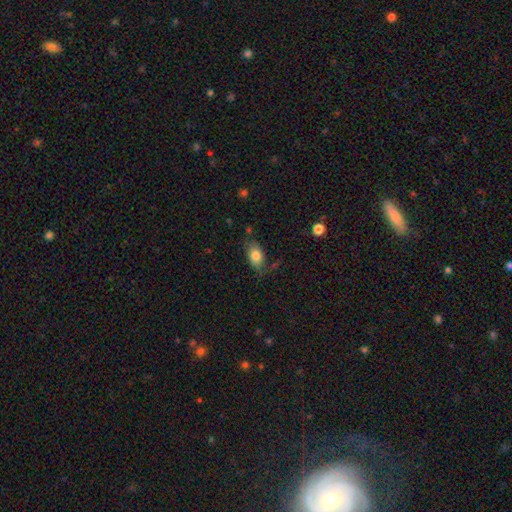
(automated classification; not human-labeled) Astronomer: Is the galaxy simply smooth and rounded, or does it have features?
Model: smooth — 78%.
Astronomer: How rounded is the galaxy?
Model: in between — 87%.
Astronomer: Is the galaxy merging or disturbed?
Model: none — 63%.